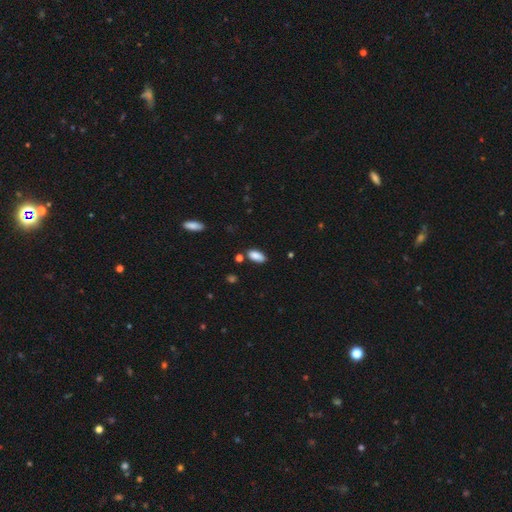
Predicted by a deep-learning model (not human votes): The model was most divided on "merging": none: 76%, minor disturbance: 16%, merger: 5%, major disturbance: 3%. More confident: how rounded — in between (90%); smooth or featured — smooth (87%).